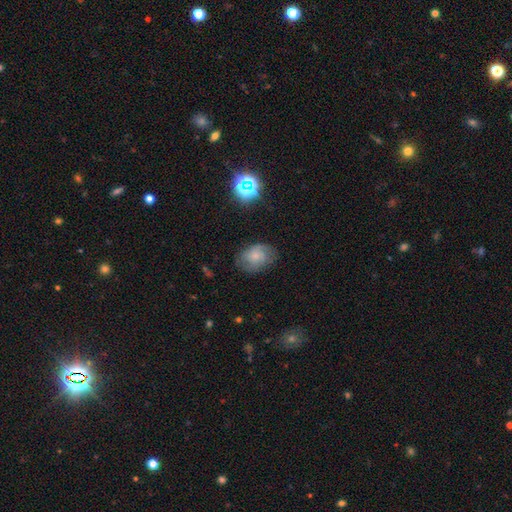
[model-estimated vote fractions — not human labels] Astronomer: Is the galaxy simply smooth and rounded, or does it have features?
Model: smooth — 48% (runner-up: featured or disk, 41%).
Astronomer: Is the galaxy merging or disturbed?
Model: none — 67%.